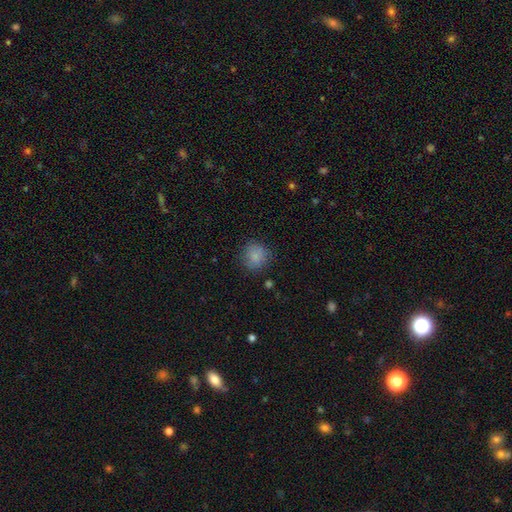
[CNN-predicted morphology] Q: Smooth or featured?
A: smooth (85%); runner-up: star or artifact (9%)
Q: How rounded?
A: round (87%); runner-up: in between (12%)
Q: Merging?
A: none (81%); runner-up: minor disturbance (14%)